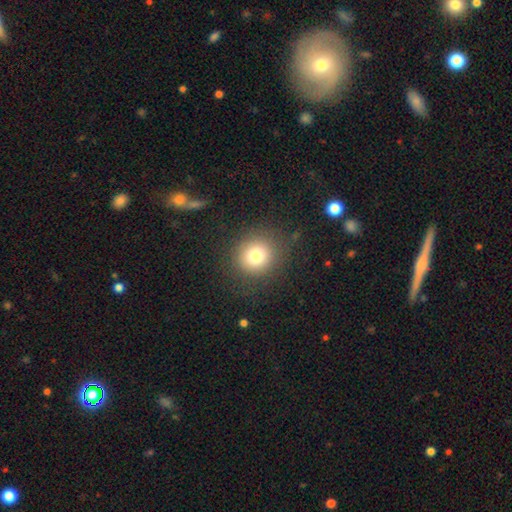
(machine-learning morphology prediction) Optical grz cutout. It shows a smooth galaxy with no disk features (77%) that is round (88%). Merging: none (85%).